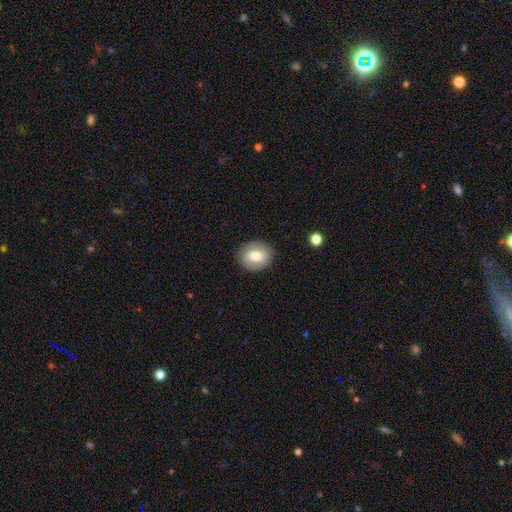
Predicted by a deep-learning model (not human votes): This appears to be a smooth galaxy with no disk features (65%) that is round (63%). Merging: none (86%).